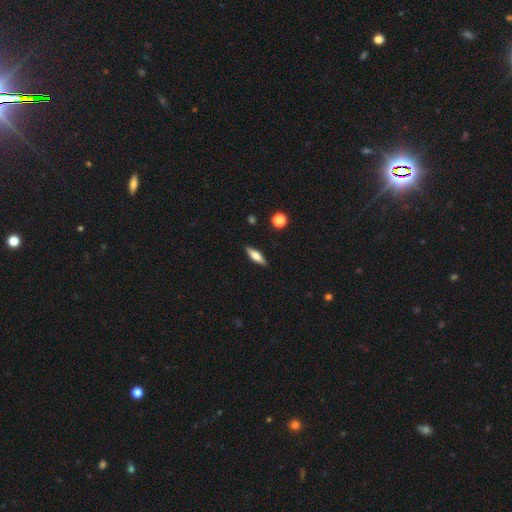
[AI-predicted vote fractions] A smooth galaxy with no disk features (52%) that is cigar-shaped (57%). Merging: none (89%).